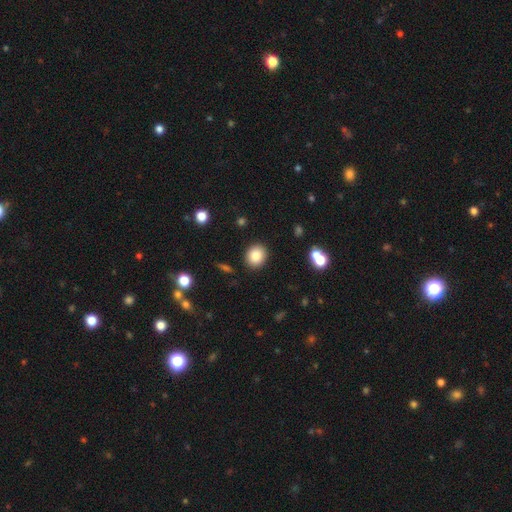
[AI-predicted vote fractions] Smooth or featured: smooth — 84% (star or artifact — 9%)
How rounded: round — 74% (in between — 25%)
Merging: none — 90% (minor disturbance — 6%)